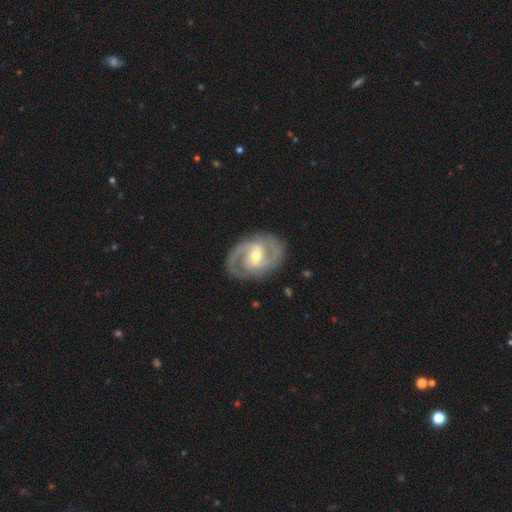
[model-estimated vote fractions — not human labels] featured or disk 91%, smooth 5%, star or artifact 4%. Down the decision tree: edge-on disk — no (97%); bar — weak (49%); spiral arms — yes (98%); spiral arm count — 2 (88%); spiral winding — medium (54%); bulge size — moderate (59%); merging — none (84%).